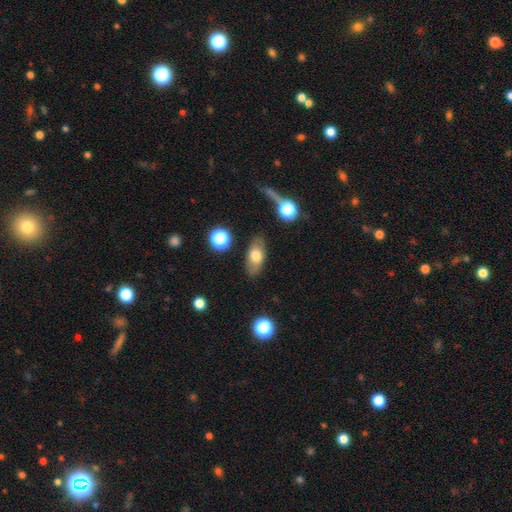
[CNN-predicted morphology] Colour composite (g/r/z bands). It shows a smooth galaxy with no disk features (68%) that is in between round and cigar-shaped (85%). Merging: none (81%).